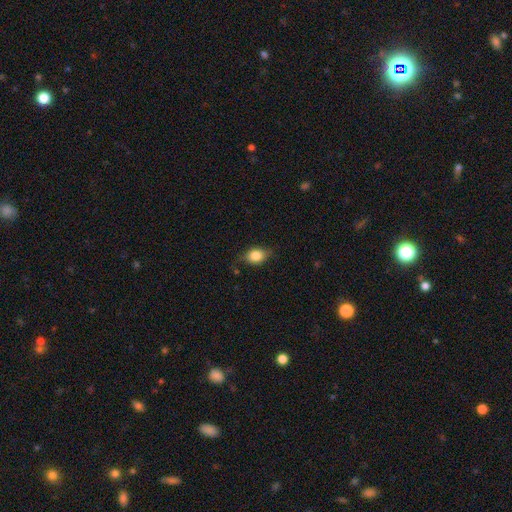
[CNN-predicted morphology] Smooth or featured?
  - smooth: 80% *
  - featured or disk: 11%
  - star or artifact: 8%
How rounded?
  - in between: 65% *
  - round: 33%
  - cigar-shaped: 2%
Merging?
  - none: 70% *
  - minor disturbance: 23%
  - major disturbance: 5%
  - merger: 1%